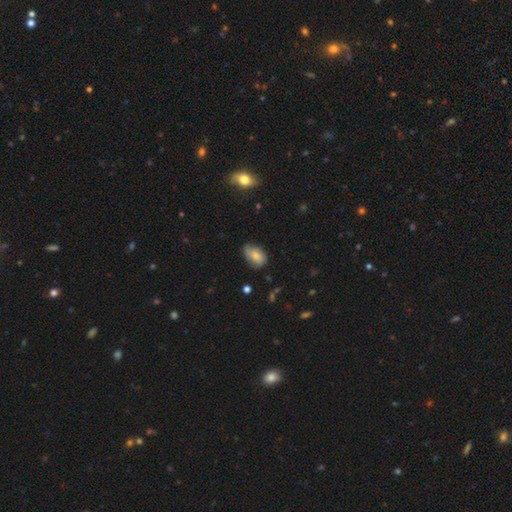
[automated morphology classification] The model was most divided on "merging": none: 55%, minor disturbance: 36%, major disturbance: 6%, merger: 2%. More confident: how rounded — in between (86%); smooth or featured — smooth (79%).